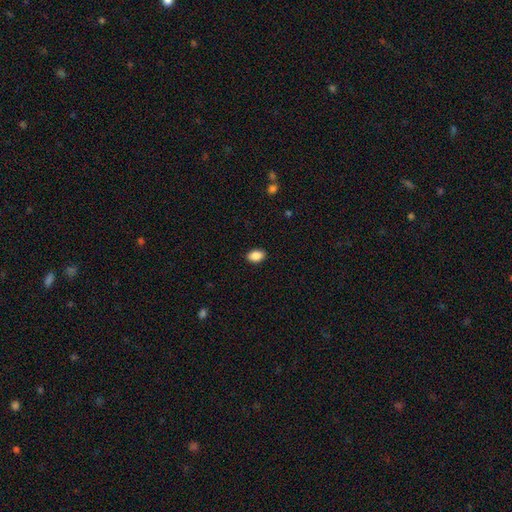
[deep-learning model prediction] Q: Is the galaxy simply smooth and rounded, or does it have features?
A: smooth — 89%.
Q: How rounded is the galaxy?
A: in between — 85%.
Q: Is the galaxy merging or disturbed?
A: none — 89%.